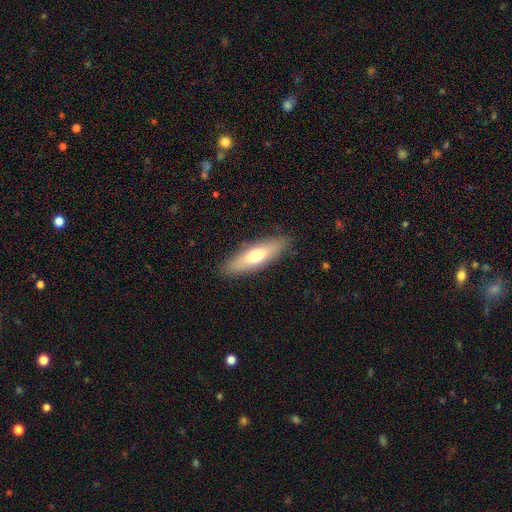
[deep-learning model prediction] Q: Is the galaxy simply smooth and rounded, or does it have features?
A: smooth — 63%.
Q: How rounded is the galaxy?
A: cigar-shaped — 50%.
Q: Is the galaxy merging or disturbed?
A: none — 86%.